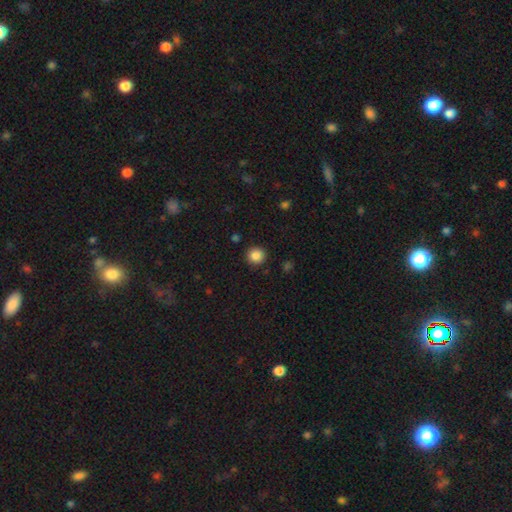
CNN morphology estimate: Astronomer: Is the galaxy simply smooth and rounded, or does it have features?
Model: smooth — 86%.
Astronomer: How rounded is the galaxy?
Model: round — 92%.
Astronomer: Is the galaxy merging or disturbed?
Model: none — 91%.